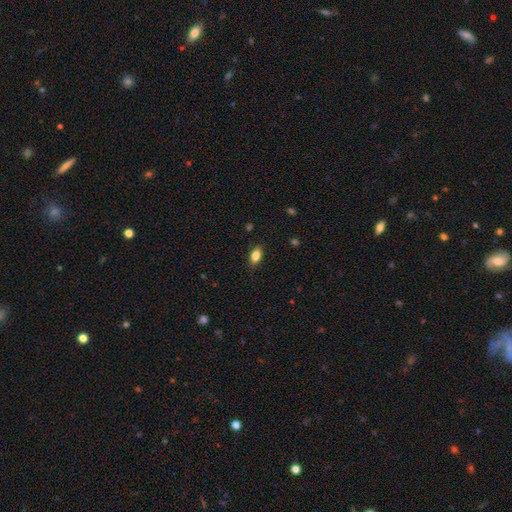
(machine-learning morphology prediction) smooth_or_featured: smooth (p=0.83) [alt: featured or disk p=0.09]
how_rounded: in between (p=0.87) [alt: round p=0.07]
merging: none (p=0.86) [alt: minor disturbance p=0.11]